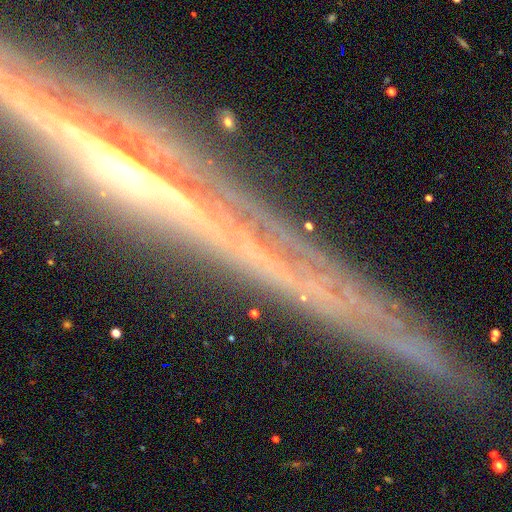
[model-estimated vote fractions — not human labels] A featured or disk galaxy (47%). Merging: none (81%).